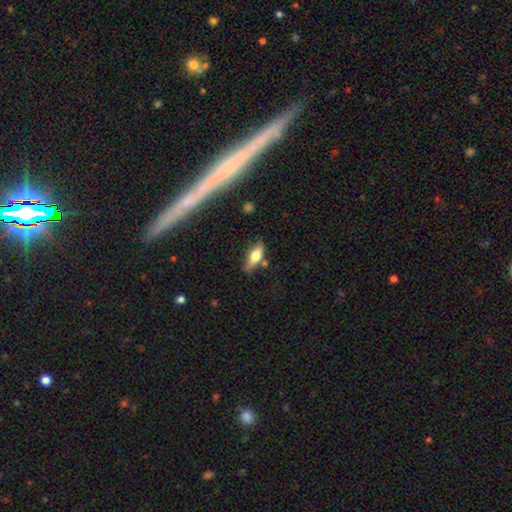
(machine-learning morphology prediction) smooth 70%, featured or disk 23%, star or artifact 8%. Down the decision tree: how rounded — in between (69%); merging — none (64%).